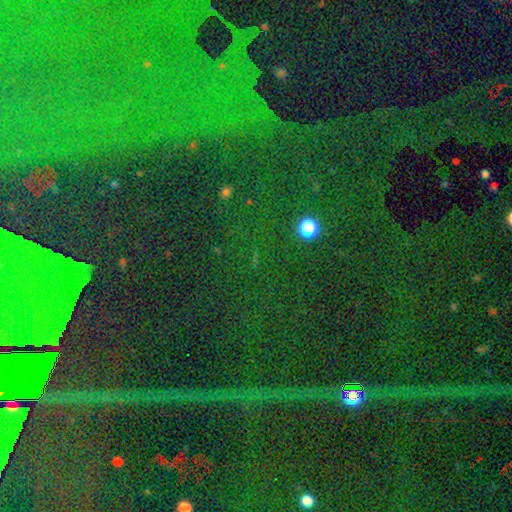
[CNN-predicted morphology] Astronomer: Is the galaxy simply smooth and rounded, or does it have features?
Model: star or artifact — 82%.